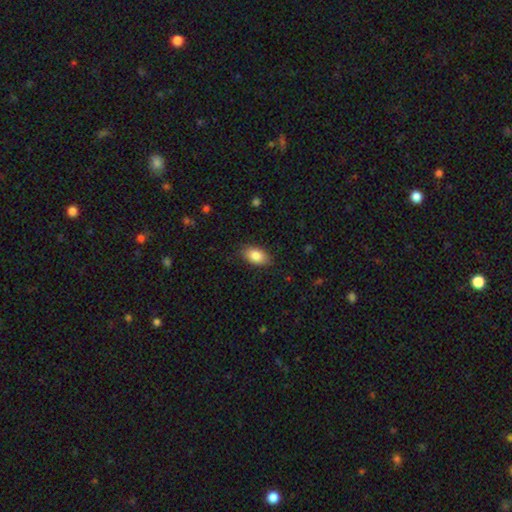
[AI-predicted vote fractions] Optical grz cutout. It shows a smooth galaxy with no disk features (85%) that is in between round and cigar-shaped (91%). Merging: none (83%).